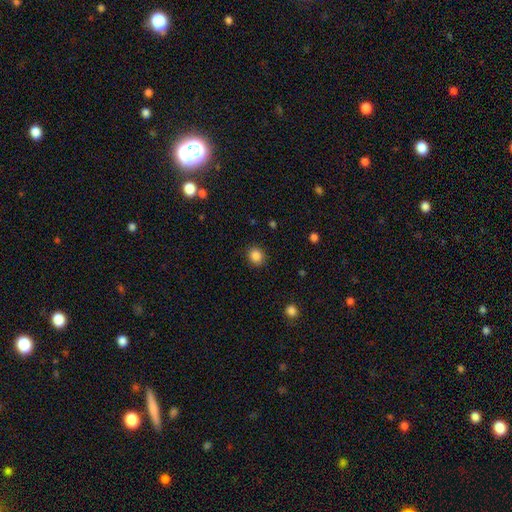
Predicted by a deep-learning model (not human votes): A smooth galaxy with no disk features (86%) that is round (78%).

Vote fractions:
- Smooth or featured? smooth: 86% / star or artifact: 11% / featured or disk: 3%
- How rounded? round: 78% / in between: 22% / cigar-shaped: 1%
- Merging? none: 89% / minor disturbance: 7% / major disturbance: 2% / merger: 1%